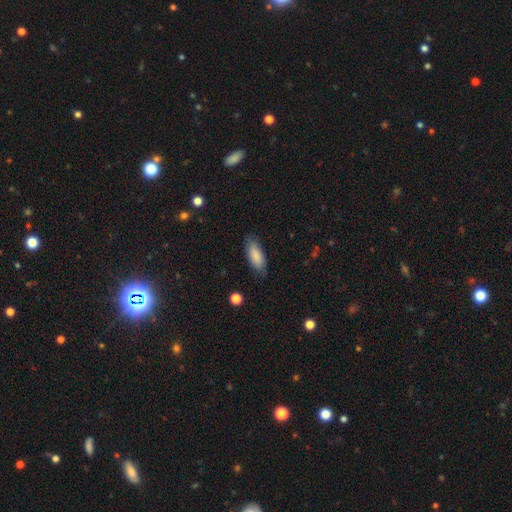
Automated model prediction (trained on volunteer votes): Overall: smooth (83%). How rounded: in between (80%). Merging: none (80%).